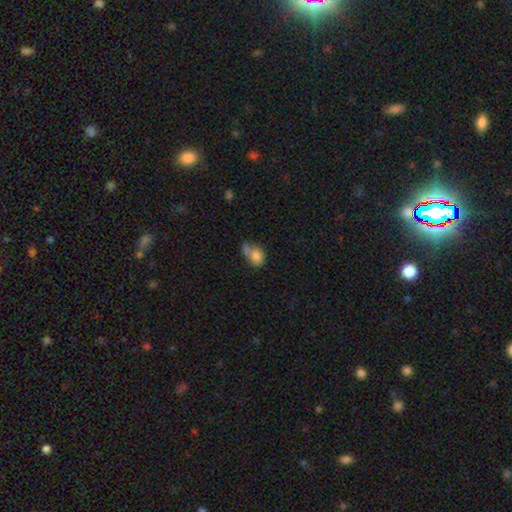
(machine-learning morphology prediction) The model was most divided on "merging" (2-way tie): none: 31%, merger: 31%, minor disturbance: 23%, major disturbance: 15%. More confident: smooth or featured — smooth (77%); how rounded — in between (61%).